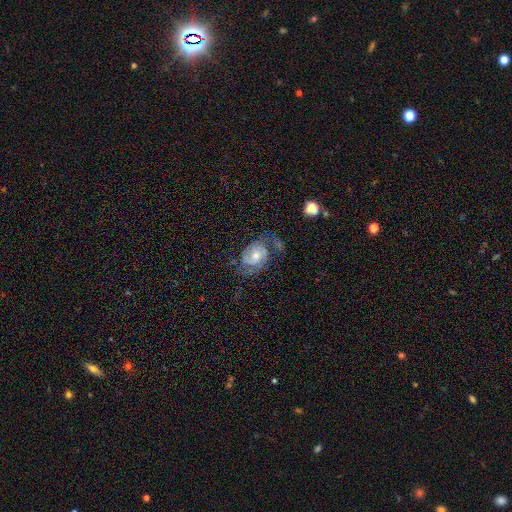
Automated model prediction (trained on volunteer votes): This is likely a featured or disk galaxy (79%). It is clearly not viewed edge-on (97%). Bar: likely no (67%). Spiral arm pattern: clearly yes (92%). Spiral arm count: likely 2 (70%). Spiral winding: marginally tight (42%, tied with medium). Central bulge: possibly moderate (57%). Merging: possibly none (47%).